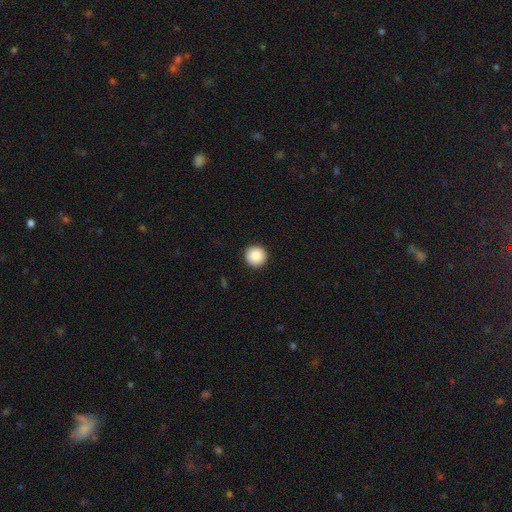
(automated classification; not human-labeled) smooth_or_featured: smooth (p=0.88) [alt: star or artifact p=0.08]
how_rounded: round (p=0.96) [alt: in between p=0.03]
merging: none (p=0.93) [alt: minor disturbance p=0.04]